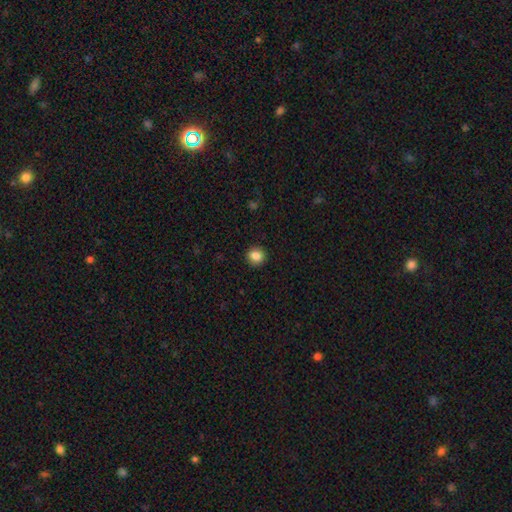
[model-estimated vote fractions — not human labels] smooth 86%, star or artifact 10%, featured or disk 5%. Down the decision tree: how rounded — round (91%); merging — none (92%).